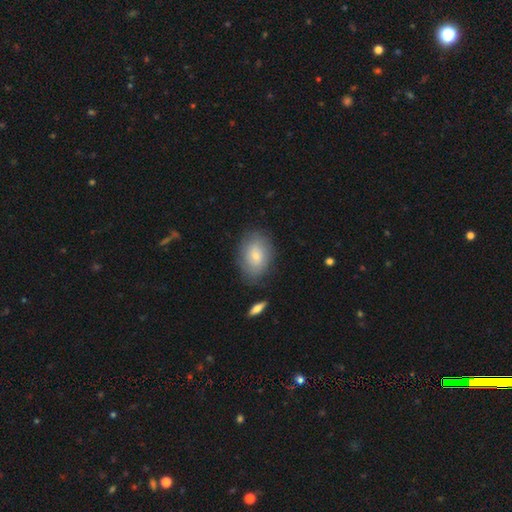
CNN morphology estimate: Q: Smooth or featured?
A: smooth (68%); runner-up: featured or disk (25%)
Q: How rounded?
A: in between (79%); runner-up: round (19%)
Q: Merging?
A: none (77%); runner-up: minor disturbance (16%)